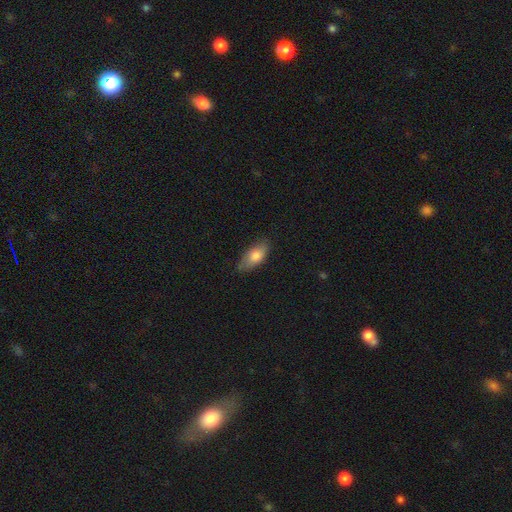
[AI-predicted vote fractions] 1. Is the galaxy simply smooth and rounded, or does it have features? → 77% smooth, 17% featured or disk, 6% star or artifact.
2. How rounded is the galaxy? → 84% in between, 13% cigar-shaped, 3% round.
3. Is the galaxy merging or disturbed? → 77% none, 19% minor disturbance, 3% major disturbance, 1% merger.